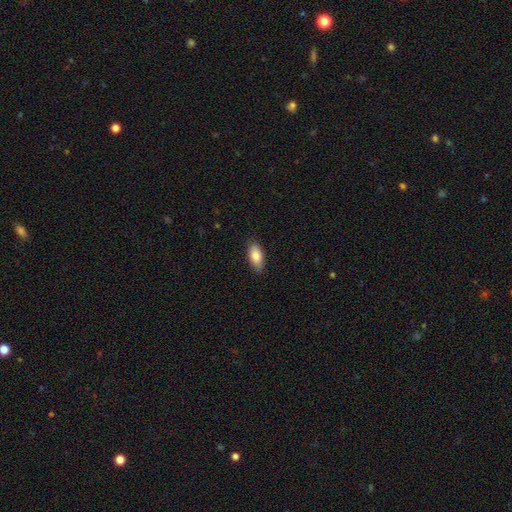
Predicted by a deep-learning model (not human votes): smooth-or-featured: smooth: 83% | featured or disk: 10% | star or artifact: 6%
  how-rounded: in between: 84% | cigar-shaped: 13% | round: 2%
  merging: none: 86% | minor disturbance: 11% | major disturbance: 2% | merger: 1%